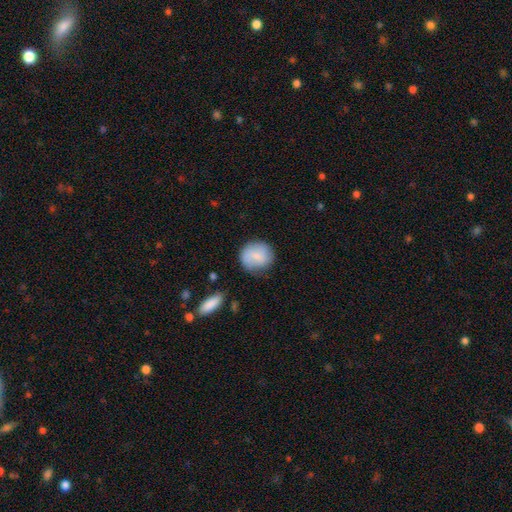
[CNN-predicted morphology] Q: Smooth or featured?
A: smooth (75%); runner-up: featured or disk (18%)
Q: How rounded?
A: round (88%); runner-up: in between (11%)
Q: Merging?
A: none (72%); runner-up: minor disturbance (20%)